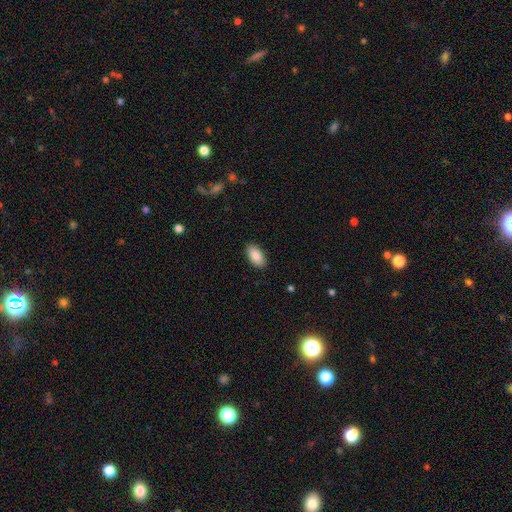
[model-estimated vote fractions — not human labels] Smooth or featured?
  - smooth: 88% *
  - star or artifact: 6%
  - featured or disk: 6%
How rounded?
  - in between: 94% *
  - cigar-shaped: 3%
  - round: 3%
Merging?
  - none: 89% *
  - minor disturbance: 8%
  - major disturbance: 2%
  - merger: 1%